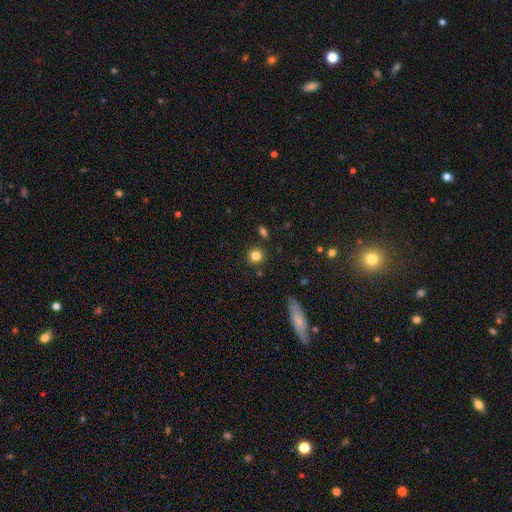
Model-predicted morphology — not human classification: Overall: smooth (83%). How rounded: round (89%). Merging: none (87%).